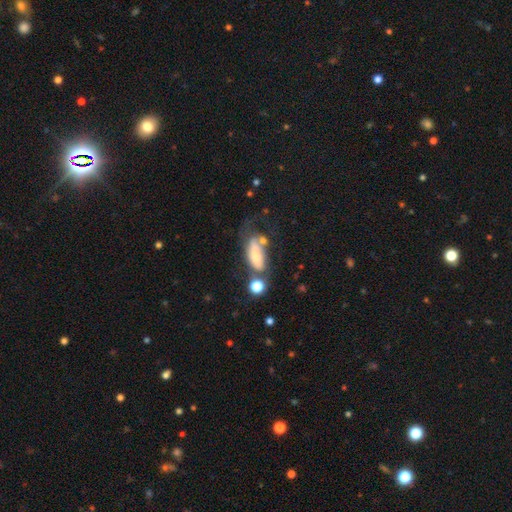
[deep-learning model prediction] Morphology: type=smooth (62%); roundness=in between (74%); merging=none (32%).